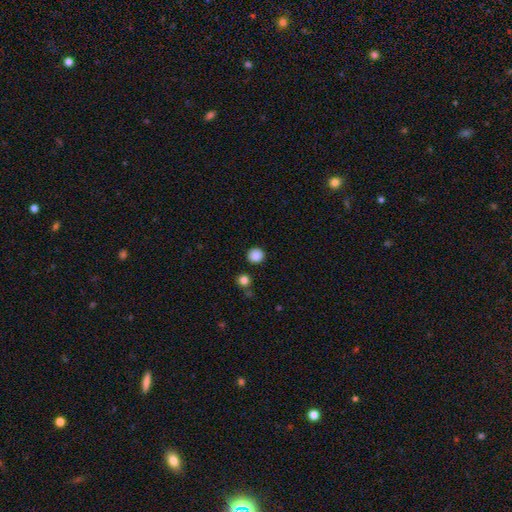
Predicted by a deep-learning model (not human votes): smooth-or-featured: smooth: 86% | star or artifact: 10% | featured or disk: 3%
  how-rounded: round: 92% | in between: 7% | cigar-shaped: 1%
  merging: none: 89% | minor disturbance: 6% | merger: 3% | major disturbance: 2%